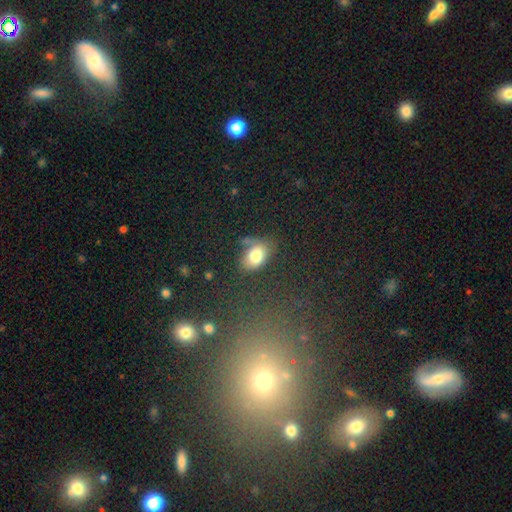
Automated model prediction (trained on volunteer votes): smooth 80%, featured or disk 10%, star or artifact 10%. Down the decision tree: how rounded — in between (81%); merging — none (61%).